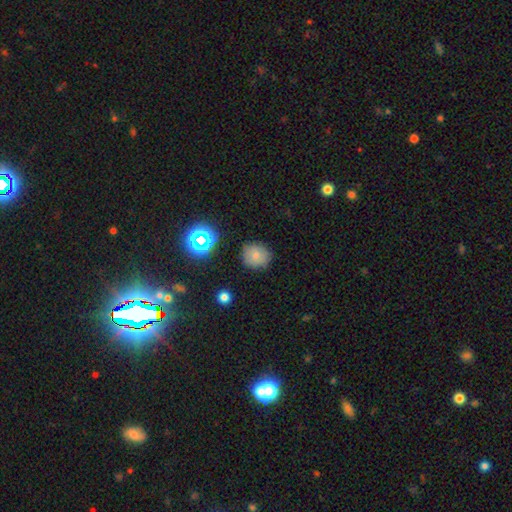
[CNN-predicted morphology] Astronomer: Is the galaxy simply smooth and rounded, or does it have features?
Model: smooth — 73%.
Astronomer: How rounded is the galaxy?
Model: round — 84%.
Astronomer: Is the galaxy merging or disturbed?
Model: none — 80%.